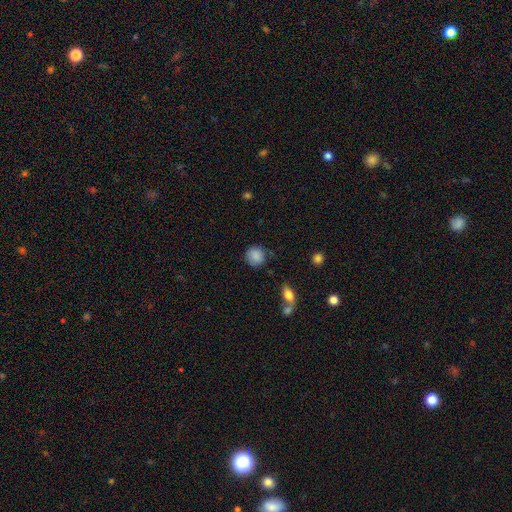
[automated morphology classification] Smooth or featured?
  - smooth: 85% *
  - star or artifact: 8%
  - featured or disk: 7%
How rounded?
  - round: 88% *
  - in between: 11%
  - cigar-shaped: 1%
Merging?
  - none: 78% *
  - minor disturbance: 16%
  - major disturbance: 4%
  - merger: 3%